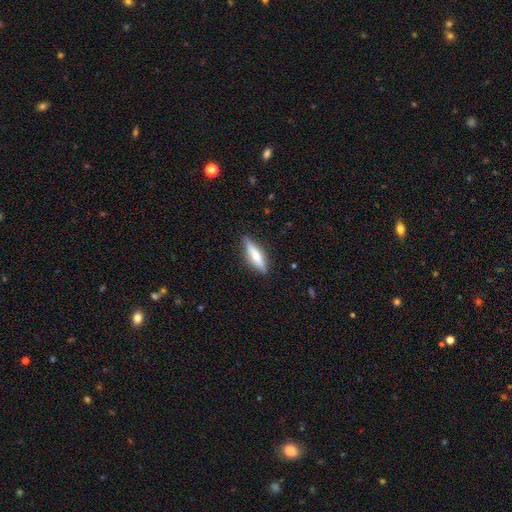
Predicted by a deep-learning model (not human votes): smooth_or_featured: smooth (p=0.57) [alt: featured or disk p=0.37]
how_rounded: cigar-shaped (p=0.71) [alt: in between p=0.27]
merging: none (p=0.85) [alt: minor disturbance p=0.11]